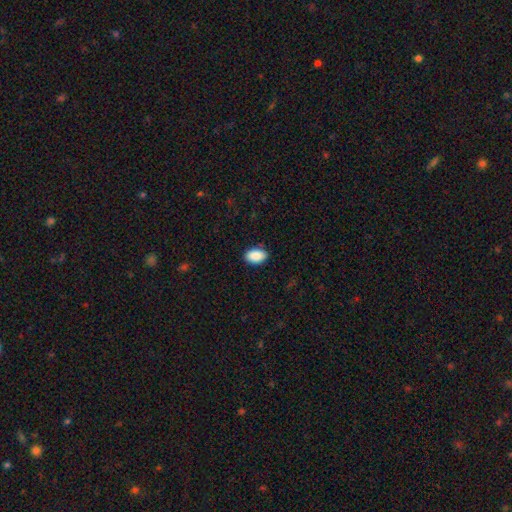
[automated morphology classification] This is clearly a smooth galaxy (90%). How rounded: clearly in between (92%). Merging: clearly none (87%).